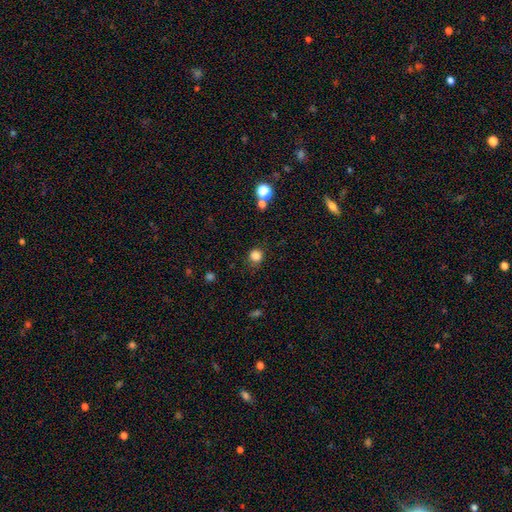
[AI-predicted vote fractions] Overall: smooth (84%). How rounded: round (91%). Merging: none (84%).